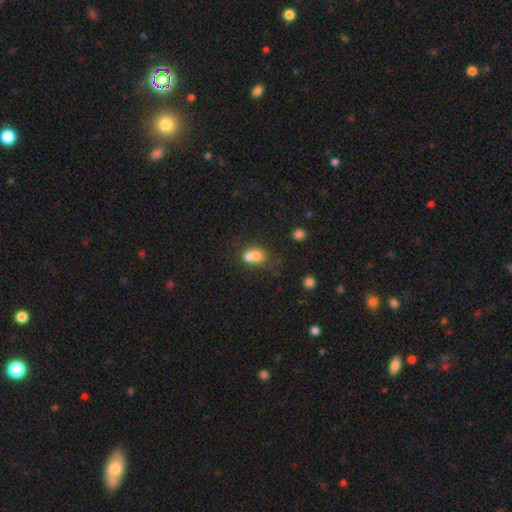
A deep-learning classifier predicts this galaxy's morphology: A smooth galaxy with no disk features (69%) that is round (54%). Merging: merger (65%).